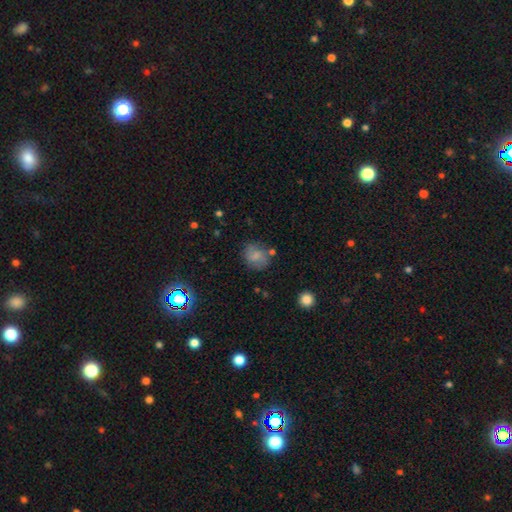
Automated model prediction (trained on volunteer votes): Smooth or featured? smooth (65%)
How rounded? round (68%)
Merging? none (66%)